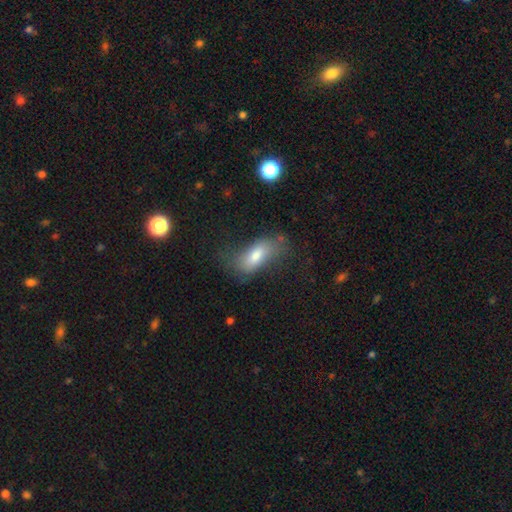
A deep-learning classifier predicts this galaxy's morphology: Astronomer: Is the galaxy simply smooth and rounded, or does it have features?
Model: smooth — 70%.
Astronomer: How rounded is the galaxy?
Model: in between — 81%.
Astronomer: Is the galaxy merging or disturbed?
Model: none — 54%.